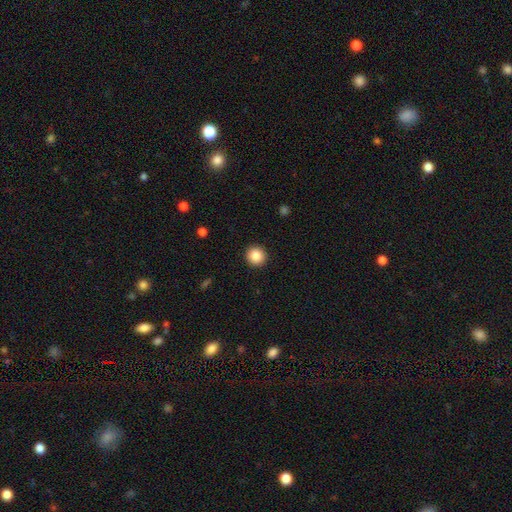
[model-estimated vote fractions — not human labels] Smooth or featured: smooth — 86% (star or artifact — 9%)
How rounded: round — 94% (in between — 5%)
Merging: none — 93% (minor disturbance — 5%)